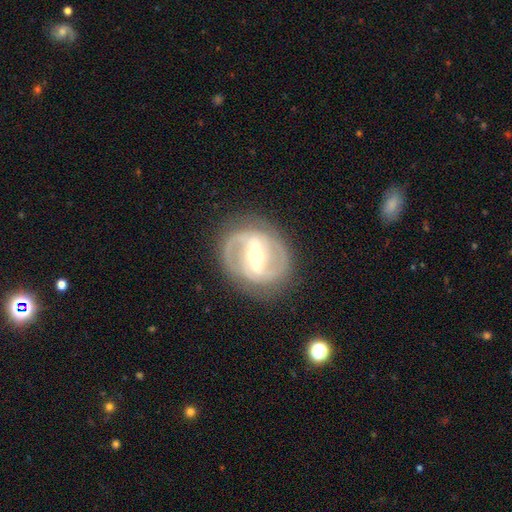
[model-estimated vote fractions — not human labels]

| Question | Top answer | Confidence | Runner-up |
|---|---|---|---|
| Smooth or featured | featured or disk | 88% | smooth (7%) |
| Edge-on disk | no | 96% | yes (4%) |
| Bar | strong | 68% | weak (25%) |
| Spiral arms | yes | 91% | no (9%) |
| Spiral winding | medium | 47% | tight (37%) |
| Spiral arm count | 2 | 84% | can't tell (6%) |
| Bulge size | moderate | 60% | small (32%) |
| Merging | none | 81% | minor disturbance (12%) |